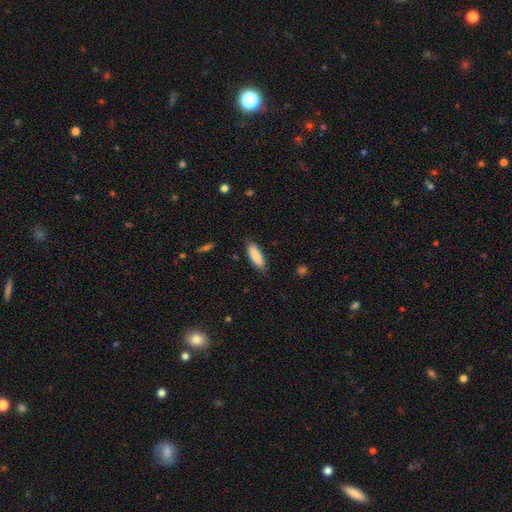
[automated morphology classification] This is clearly a smooth galaxy (87%). How rounded: likely in between (61%). Merging: clearly none (83%).